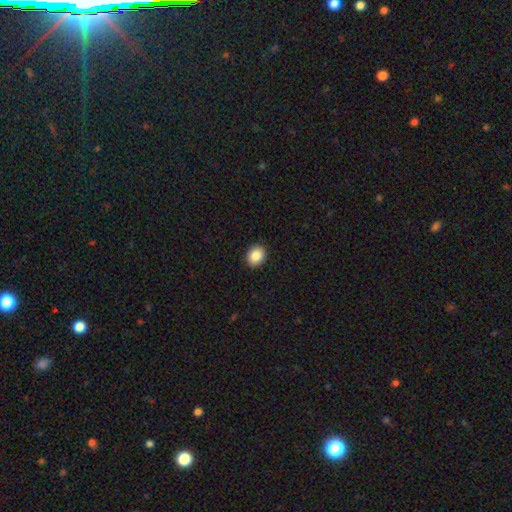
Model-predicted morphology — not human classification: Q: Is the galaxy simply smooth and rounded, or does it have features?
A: smooth — 87%.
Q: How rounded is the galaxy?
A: round — 54%.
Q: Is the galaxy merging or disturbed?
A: none — 91%.